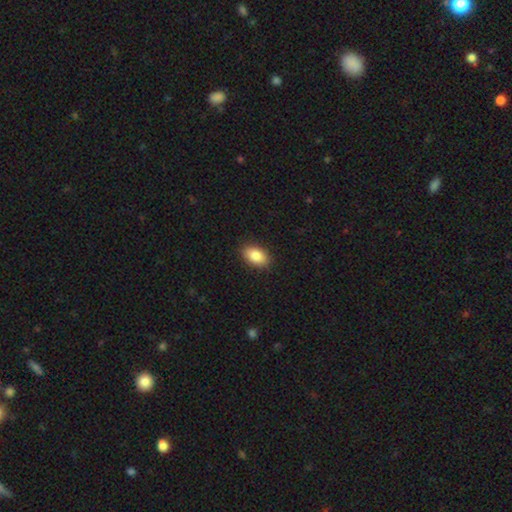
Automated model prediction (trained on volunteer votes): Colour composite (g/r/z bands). It shows a smooth galaxy with no disk features (87%) that is in between round and cigar-shaped (91%). Merging: none (90%).